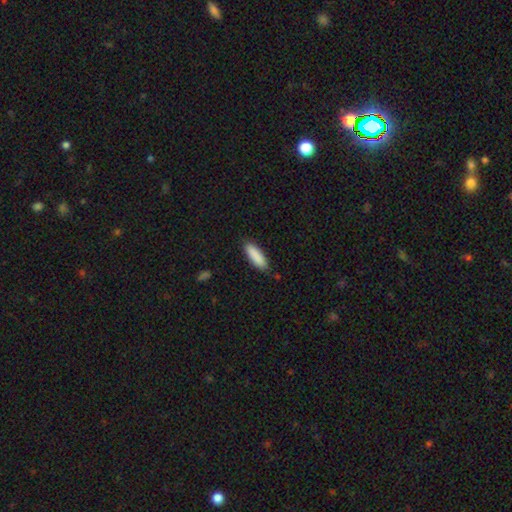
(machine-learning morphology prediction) Overall: smooth (89%). How rounded: cigar-shaped (51%; in between 48%). Merging: none (85%).